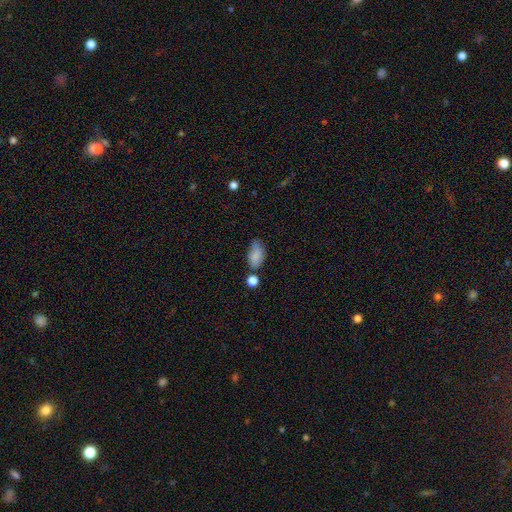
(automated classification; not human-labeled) This is clearly a smooth galaxy (83%). How rounded: clearly in between (90%). Merging: possibly none (53%).